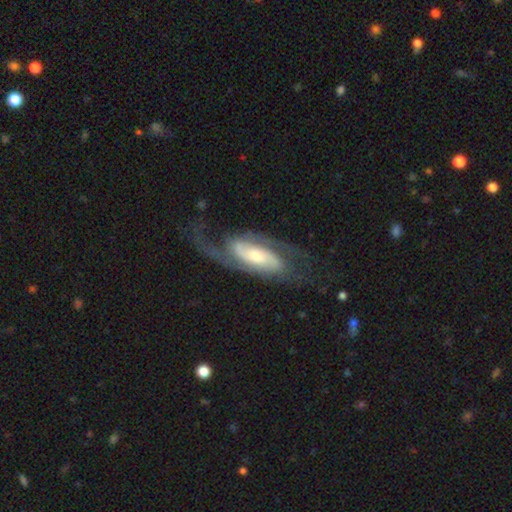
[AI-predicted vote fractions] A featured or disk galaxy (84%) with no bar (44%), 2 (81%) medium (45%) spiral arms (94%) and a moderate central bulge (42%, tied with small).

Vote fractions:
- Smooth or featured? featured or disk: 84% / smooth: 11% / star or artifact: 5%
- Edge-on disk? no: 92% / yes: 8%
- Bar? no: 44% / weak: 33% / strong: 23%
- Spiral arms? yes: 94% / no: 6%
- Spiral winding? medium: 45% / loose: 28% / tight: 27%
- Spiral arm count? 2: 81% / can't tell: 8% / 1: 4% / 3: 4% / 4: 2% / more than 4: 2%
- Bulge size? moderate: 42% (tied) / small: 42% (tied) / large: 11% / none: 3% / dominant: 2%
- Merging? none: 62% / major disturbance: 19% / minor disturbance: 17% / merger: 2%